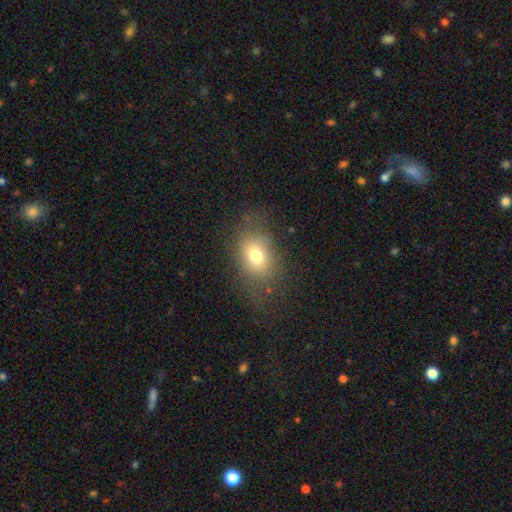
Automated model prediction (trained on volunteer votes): A smooth galaxy with no disk features (73%) that is in between round and cigar-shaped (66%). Merging: none (67%).